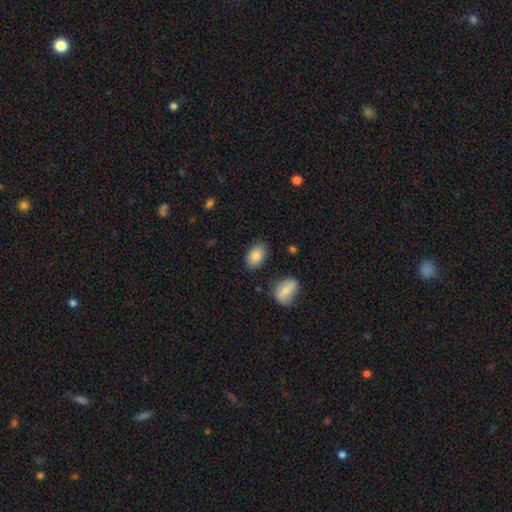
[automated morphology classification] Overall: smooth (85%). How rounded: in between (88%). Merging: none (82%).